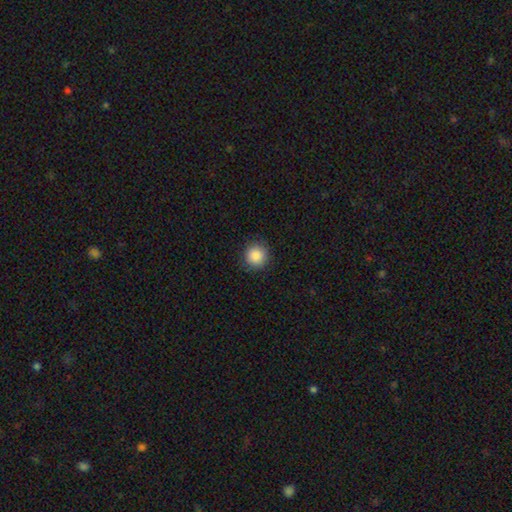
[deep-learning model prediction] The model was most divided on "smooth or featured": smooth: 88%, star or artifact: 9%, featured or disk: 3%. More confident: how rounded — round (94%); merging — none (89%).